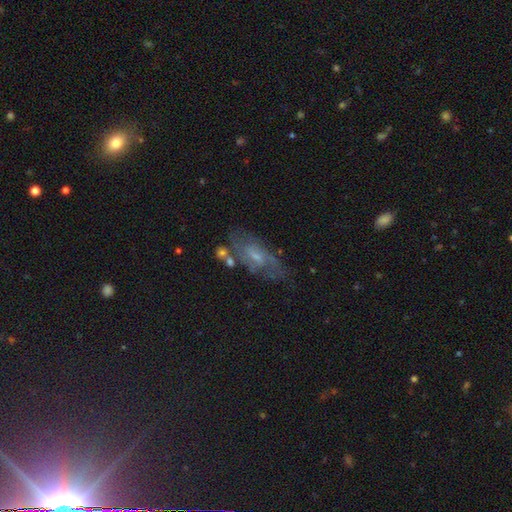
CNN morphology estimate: This is likely a featured or disk galaxy (67%). It is clearly not viewed edge-on (91%). Bar: possibly weak (50%). Spiral arm pattern: likely yes (79%). Central bulge: possibly small (60%). Merging: likely none (61%).